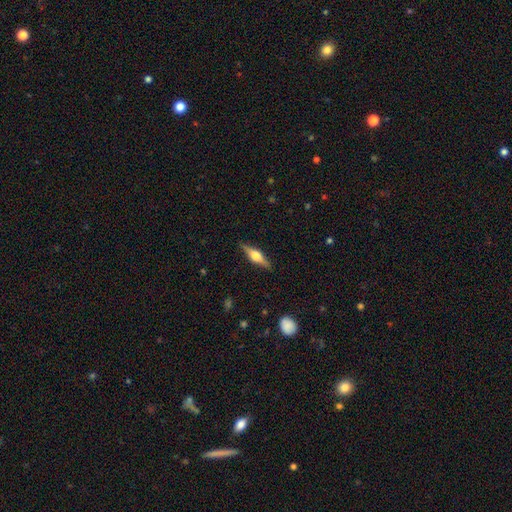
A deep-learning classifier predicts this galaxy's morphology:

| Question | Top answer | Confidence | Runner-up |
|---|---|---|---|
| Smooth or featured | featured or disk | 63% | smooth (31%) |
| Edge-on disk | yes | 96% | no (4%) |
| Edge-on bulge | rounded | 91% | boxy (7%) |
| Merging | none | 88% | minor disturbance (9%) |